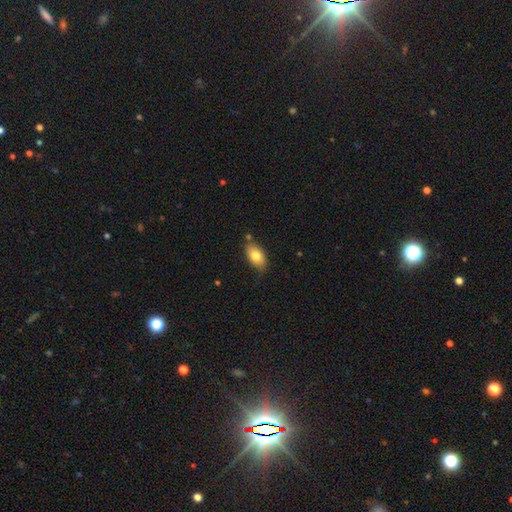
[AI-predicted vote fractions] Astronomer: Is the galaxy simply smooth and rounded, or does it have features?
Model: smooth — 78%.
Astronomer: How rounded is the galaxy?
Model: in between — 90%.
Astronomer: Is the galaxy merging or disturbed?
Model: none — 71%.